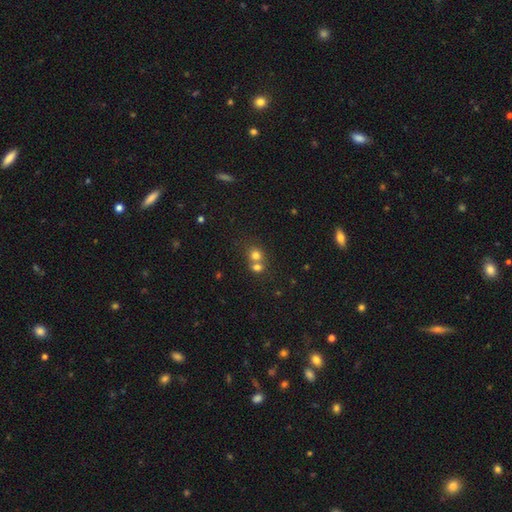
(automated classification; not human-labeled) Q: Smooth or featured?
A: smooth (74%); runner-up: star or artifact (14%)
Q: How rounded?
A: round (75%); runner-up: in between (24%)
Q: Merging?
A: merger (57%); runner-up: none (35%)